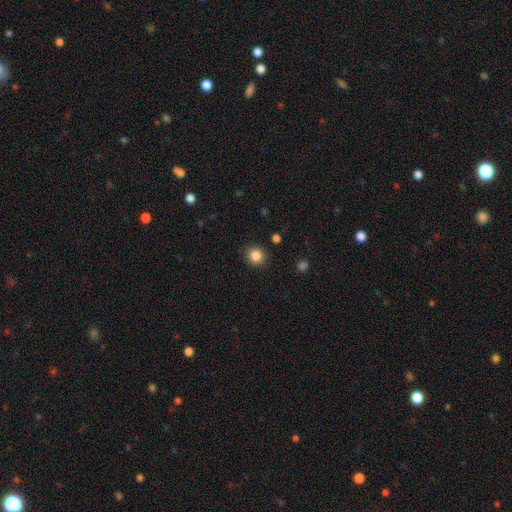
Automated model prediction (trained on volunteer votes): Smooth or featured? Predicted: smooth (p=0.85). How rounded? Predicted: round (p=0.85). Merging? Predicted: none (p=0.88).